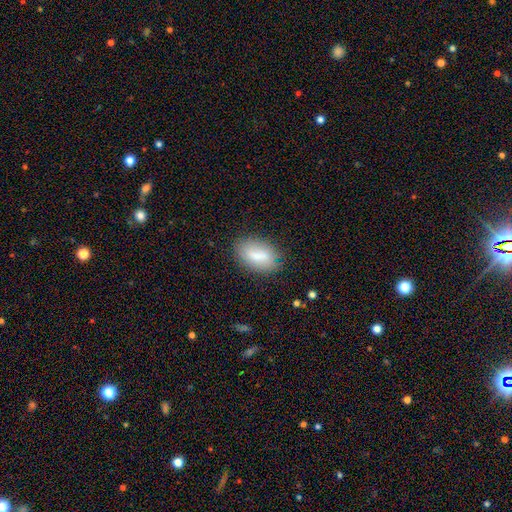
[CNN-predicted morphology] A smooth galaxy with no disk features (74%) that is in between round and cigar-shaped (90%). Merging: none (78%).